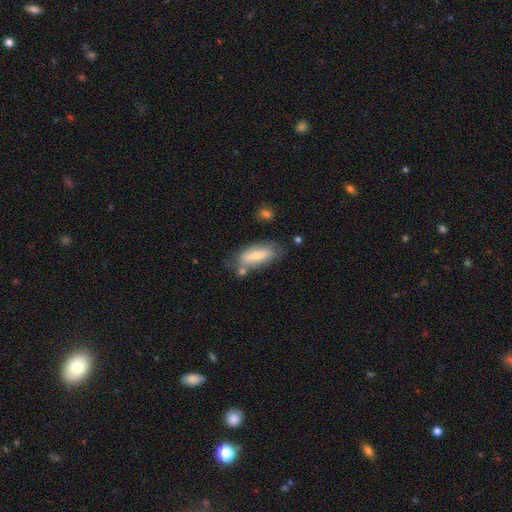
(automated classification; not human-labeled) Overall: smooth (64%; featured or disk 29%). How rounded: in between (66%; cigar-shaped 32%). Merging: none (57%; minor disturbance 22%).